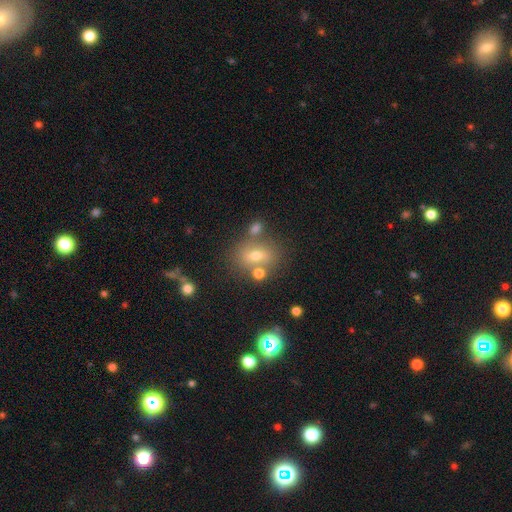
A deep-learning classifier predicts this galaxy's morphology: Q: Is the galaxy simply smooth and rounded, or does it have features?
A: smooth — 58%.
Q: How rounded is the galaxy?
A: in between — 55%.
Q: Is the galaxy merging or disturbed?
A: none — 64%.